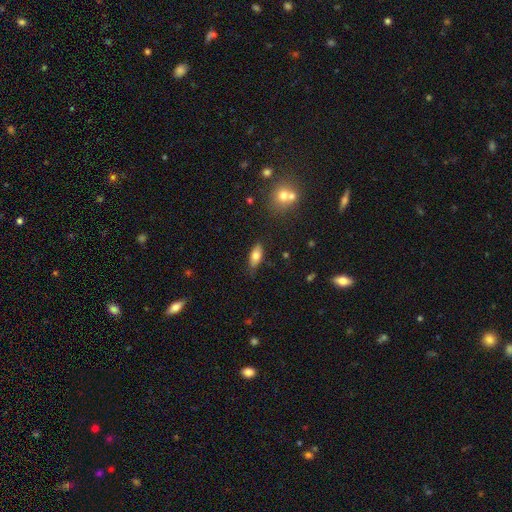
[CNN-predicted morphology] smooth_or_featured: smooth (p=0.74) [alt: featured or disk p=0.19]
how_rounded: in between (p=0.82) [alt: cigar-shaped p=0.15]
merging: none (p=0.78) [alt: minor disturbance p=0.17]